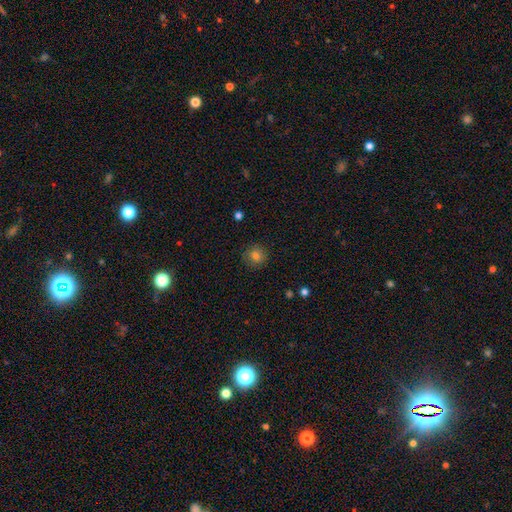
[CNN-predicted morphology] This appears to be a smooth galaxy with no disk features (81%) that is round (88%). Merging: none (88%).